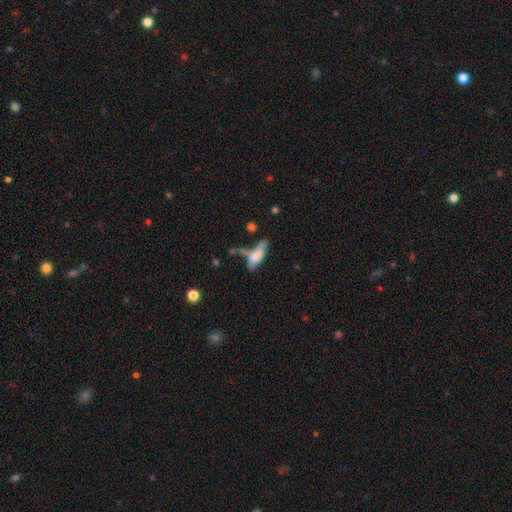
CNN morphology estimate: Overall: smooth (62%; featured or disk 29%). How rounded: in between (63%; cigar-shaped 34%). Merging: merger (28%; none 25%).